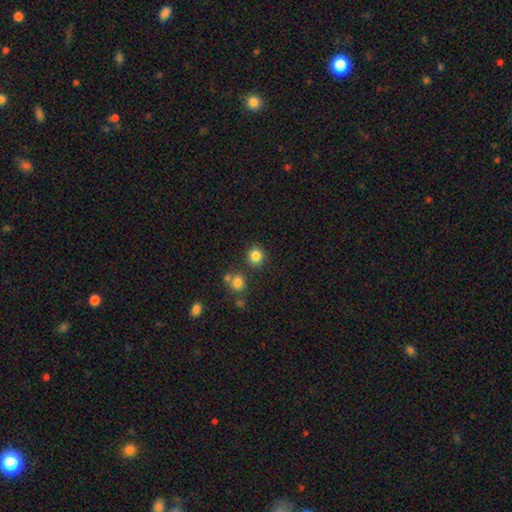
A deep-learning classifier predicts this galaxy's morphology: Q: Smooth or featured?
A: smooth (84%); runner-up: star or artifact (12%)
Q: How rounded?
A: round (90%); runner-up: in between (9%)
Q: Merging?
A: none (83%); runner-up: minor disturbance (7%)